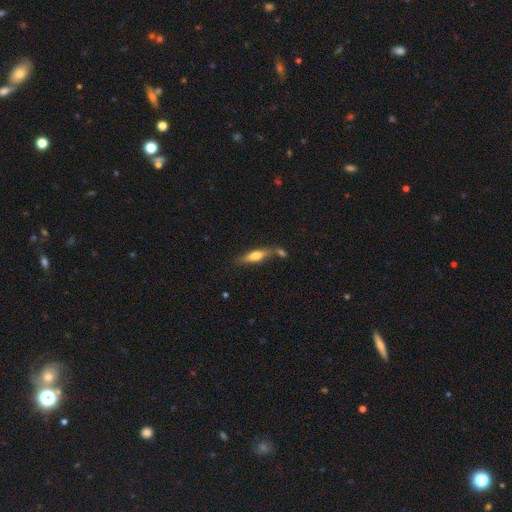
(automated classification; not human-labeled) This appears to be a smooth galaxy with no disk features (63%) that is cigar-shaped (60%). Merging: none (62%).